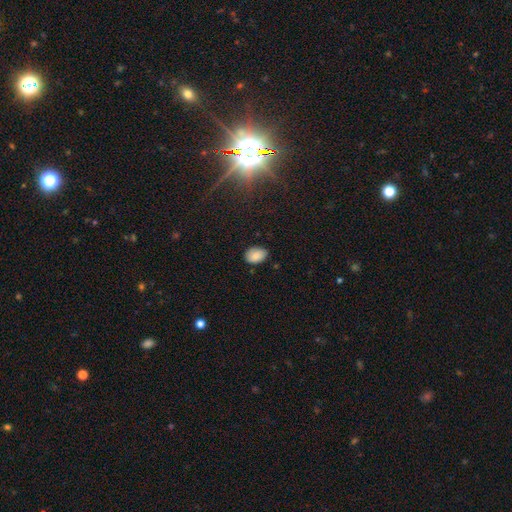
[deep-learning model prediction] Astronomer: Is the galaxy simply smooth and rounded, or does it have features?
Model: smooth — 86%.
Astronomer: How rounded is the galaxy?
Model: in between — 82%.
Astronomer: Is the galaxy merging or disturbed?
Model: none — 79%.